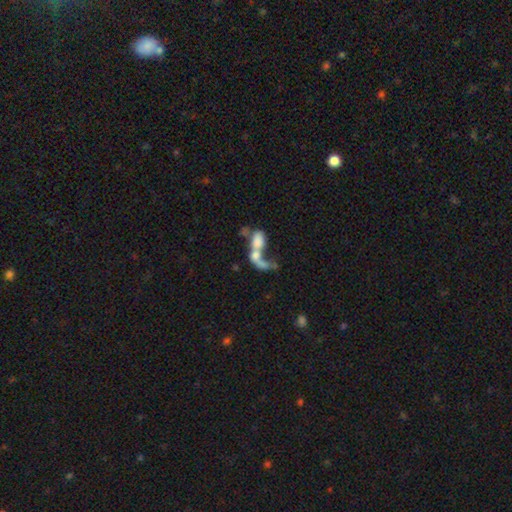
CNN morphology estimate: type=smooth (49%); merging=merger (69%).